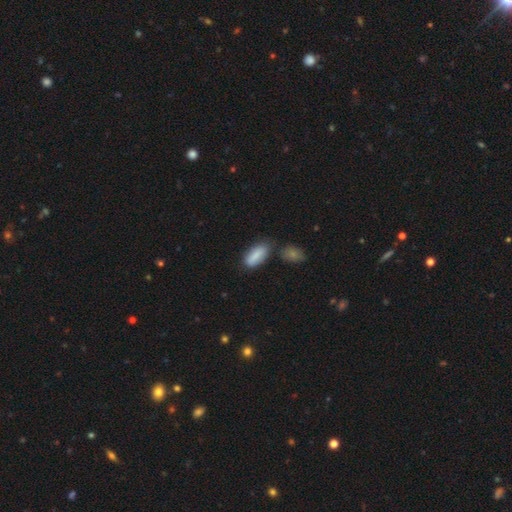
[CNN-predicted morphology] smooth 85%, featured or disk 8%, star or artifact 6%. Down the decision tree: how rounded — in between (80%); merging — none (63%).